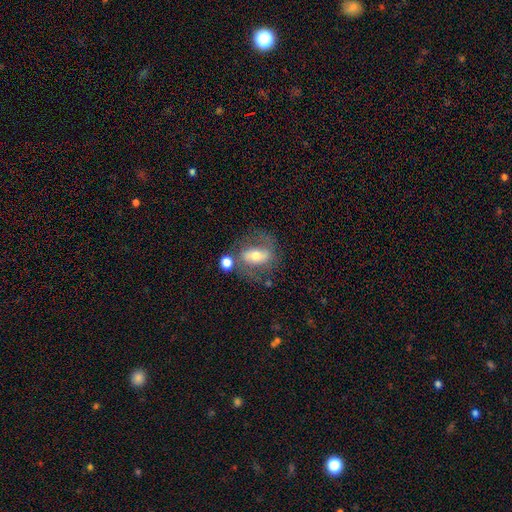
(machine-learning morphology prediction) type=featured or disk (59%); edge-on=no (92%); bar=strong (40%); spiral arms=yes (64%); bulge=moderate (62%); merging=none (57%).